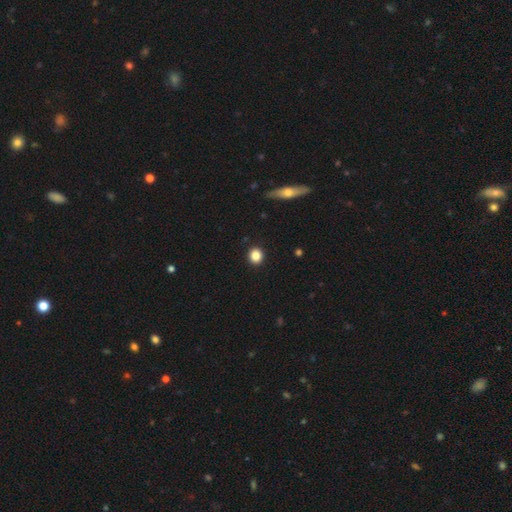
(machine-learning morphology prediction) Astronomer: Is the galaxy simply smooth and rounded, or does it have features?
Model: smooth — 86%.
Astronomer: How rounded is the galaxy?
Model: round — 85%.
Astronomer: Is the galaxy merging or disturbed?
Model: none — 92%.